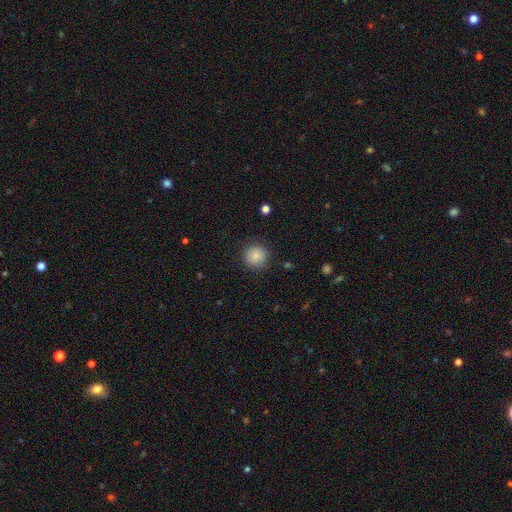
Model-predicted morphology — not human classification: This appears to be a smooth galaxy with no disk features (83%) that is round (94%). Merging: none (86%).